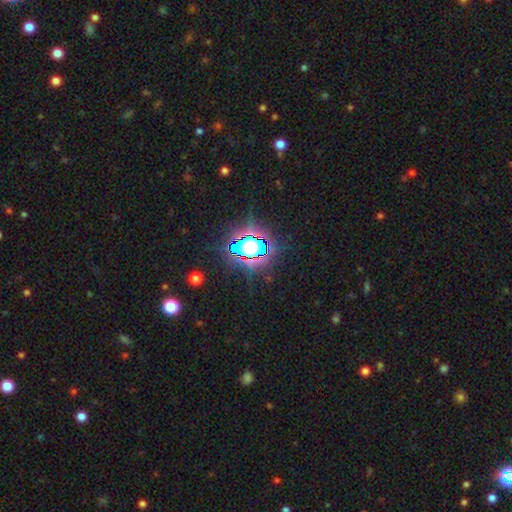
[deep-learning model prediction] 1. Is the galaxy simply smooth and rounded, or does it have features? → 78% star or artifact, 13% smooth, 9% featured or disk.